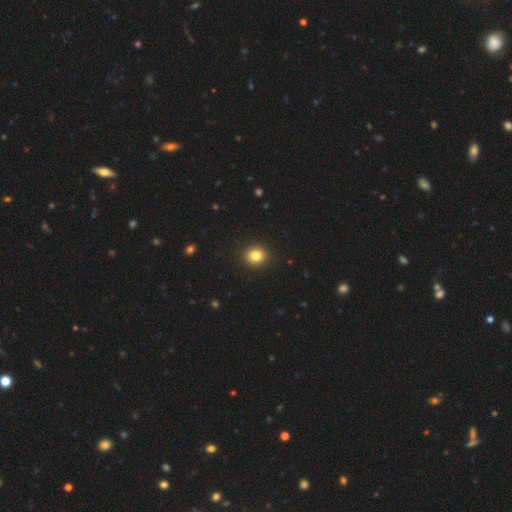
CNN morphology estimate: type=smooth (82%); roundness=round (78%); merging=none (92%).